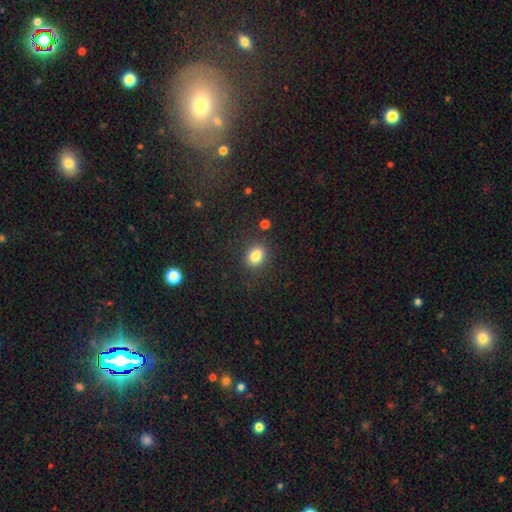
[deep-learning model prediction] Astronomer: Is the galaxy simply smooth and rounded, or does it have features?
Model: smooth — 83%.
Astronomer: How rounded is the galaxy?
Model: in between — 54% (runner-up: round, 45%).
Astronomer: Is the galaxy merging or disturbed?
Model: none — 84%.